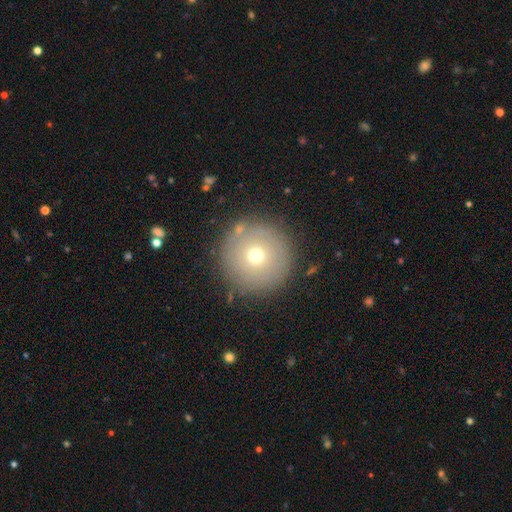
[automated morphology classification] This appears to be a smooth galaxy with no disk features (67%) that is round (96%). Merging: none (86%).